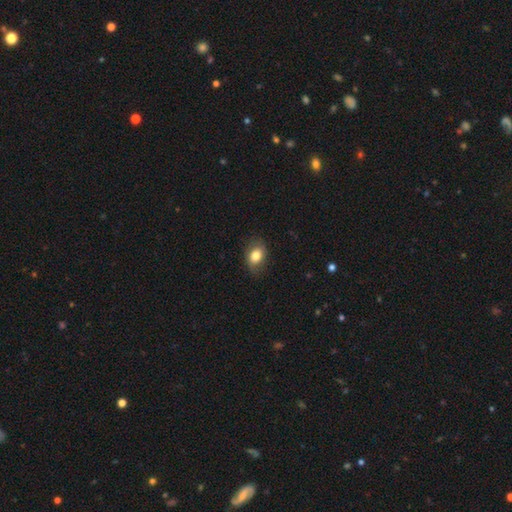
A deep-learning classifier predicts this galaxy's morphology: smooth_or_featured: smooth (p=0.78) [alt: featured or disk p=0.13]
how_rounded: in between (p=0.76) [alt: round p=0.23]
merging: none (p=0.77) [alt: minor disturbance p=0.17]